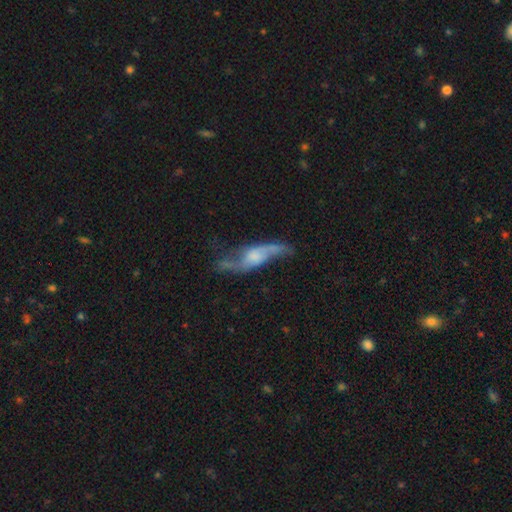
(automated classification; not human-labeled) featured or disk 78%, smooth 16%, star or artifact 7%. Down the decision tree: edge-on disk — no (76%); bar — no (54%); spiral arms — yes (90%); spiral arm count — 2 (90%); spiral winding — loose (85%); bulge size — small (30%); merging — none (56%).